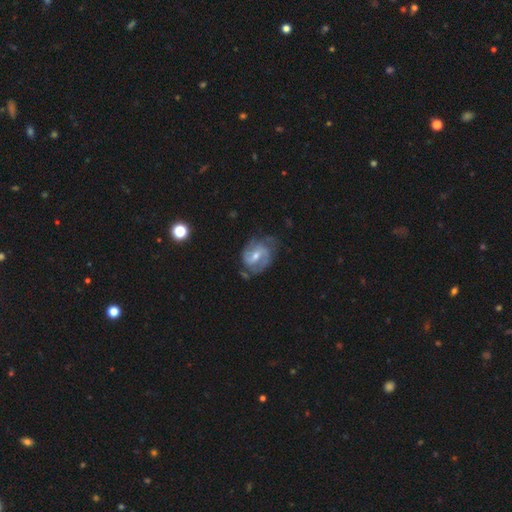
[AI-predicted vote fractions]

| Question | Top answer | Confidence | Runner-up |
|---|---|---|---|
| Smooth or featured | featured or disk | 81% | smooth (13%) |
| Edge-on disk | no | 97% | yes (3%) |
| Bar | weak | 54% | no (23%) |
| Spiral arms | yes | 93% | no (7%) |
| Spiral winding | medium | 49% | tight (31%) |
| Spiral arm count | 2 | 63% | can't tell (15%) |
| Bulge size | moderate | 56% | small (39%) |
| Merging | none | 58% | minor disturbance (25%) |